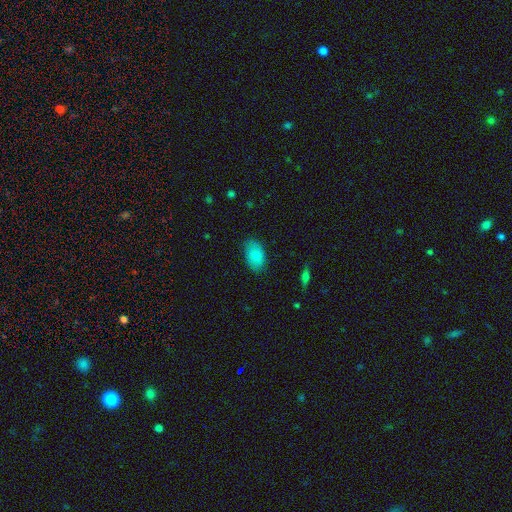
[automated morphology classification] Q: Smooth or featured?
A: smooth (84%); runner-up: featured or disk (9%)
Q: How rounded?
A: in between (92%); runner-up: round (7%)
Q: Merging?
A: none (82%); runner-up: minor disturbance (14%)